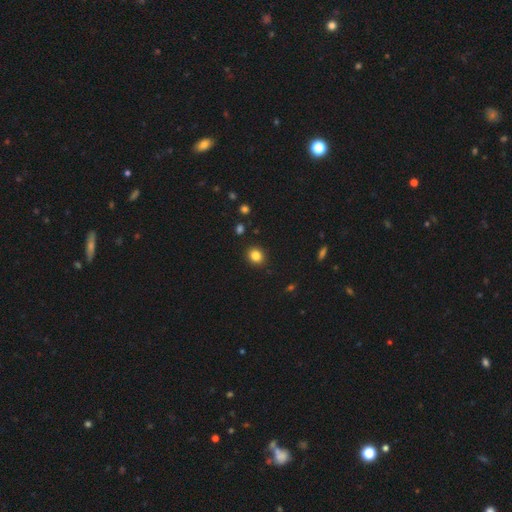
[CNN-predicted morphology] smooth_or_featured: smooth (p=0.84) [alt: star or artifact p=0.11]
how_rounded: round (p=0.71) [alt: in between p=0.28]
merging: none (p=0.90) [alt: minor disturbance p=0.07]